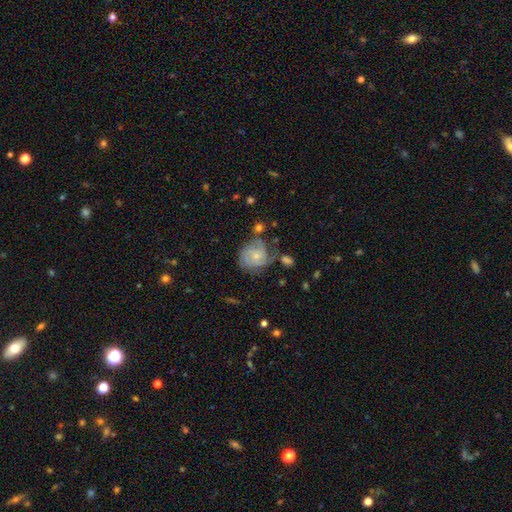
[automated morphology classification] Smooth or featured: featured or disk — 72% (smooth — 22%)
Edge-on disk: no — 98% (yes — 2%)
Bar: no — 72% (weak — 24%)
Spiral arms: yes — 91% (no — 9%)
Spiral winding: tight — 55% (medium — 35%)
Spiral arm count: 2 — 30% (3 — 28%)
Bulge size: small — 64% (moderate — 30%)
Merging: none — 51% (minor disturbance — 26%)